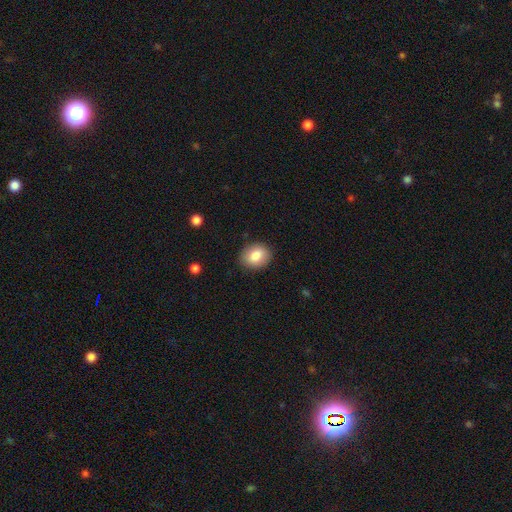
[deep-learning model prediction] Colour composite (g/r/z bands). It shows a smooth galaxy with no disk features (83%) that is in between round and cigar-shaped (52%). Merging: none (86%).